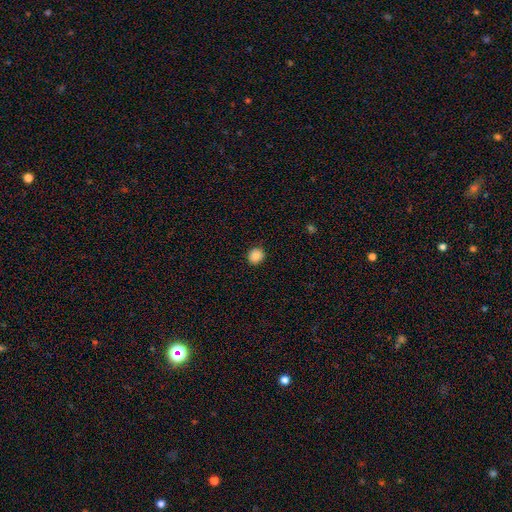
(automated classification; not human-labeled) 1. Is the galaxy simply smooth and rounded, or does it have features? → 88% smooth, 10% star or artifact, 3% featured or disk.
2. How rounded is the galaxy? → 82% round, 17% in between, 1% cigar-shaped.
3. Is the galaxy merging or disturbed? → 90% none, 7% minor disturbance, 2% major disturbance, 1% merger.